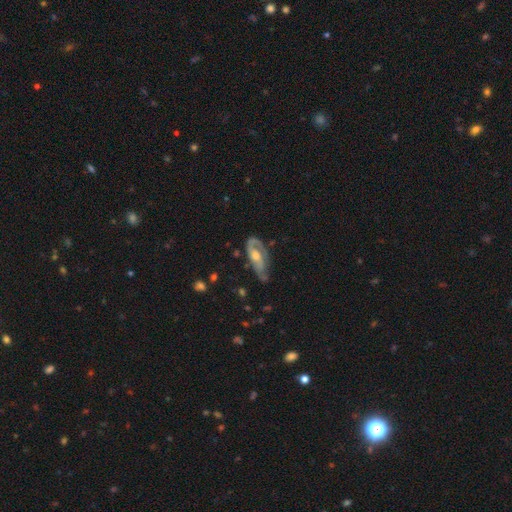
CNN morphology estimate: Smooth or featured? Predicted: featured or disk (p=0.73). Edge-on disk? Predicted: no (p=0.87). Bar? Predicted: no (p=0.60). Spiral arms? Predicted: yes (p=0.80). Spiral winding? Predicted: medium (p=0.41). Spiral arm count? Predicted: 2 (p=0.54). Bulge size? Predicted: moderate (p=0.63). Merging? Predicted: none (p=0.51).